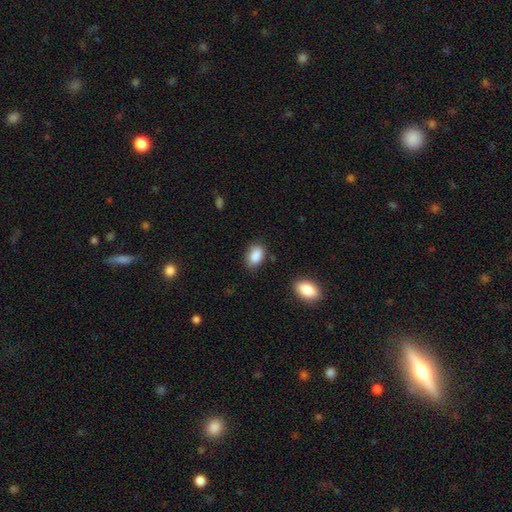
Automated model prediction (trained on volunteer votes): Q: Smooth or featured?
A: smooth (88%); runner-up: star or artifact (8%)
Q: How rounded?
A: in between (88%); runner-up: round (10%)
Q: Merging?
A: none (74%); runner-up: minor disturbance (19%)